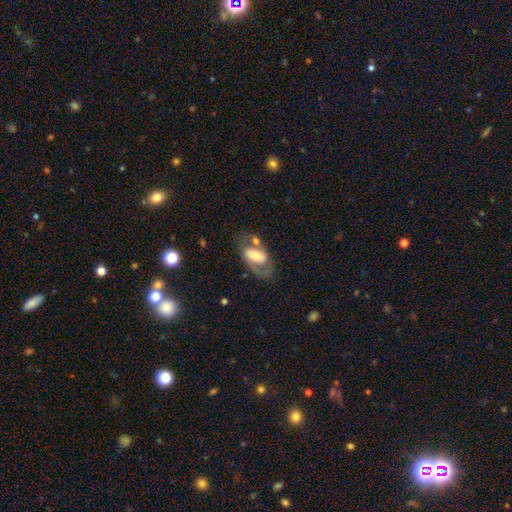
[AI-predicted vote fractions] Smooth or featured? Predicted: featured or disk (p=0.55). Edge-on disk? Predicted: no (p=0.91). Merging? Predicted: none (p=0.52).